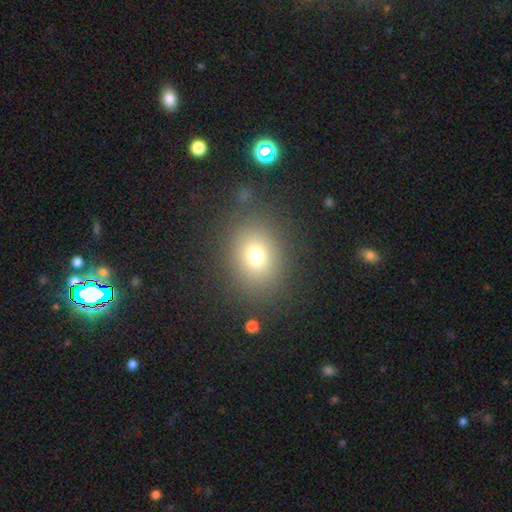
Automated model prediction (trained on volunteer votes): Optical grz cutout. It shows a smooth galaxy with no disk features (74%) that is round (61%). Merging: none (85%).